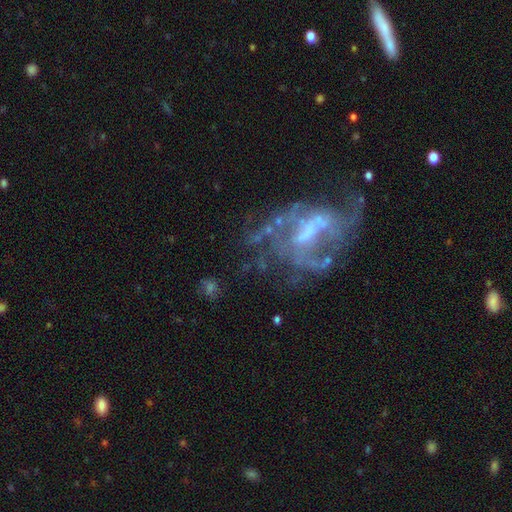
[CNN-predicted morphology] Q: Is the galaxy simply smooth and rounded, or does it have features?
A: featured or disk — 77%.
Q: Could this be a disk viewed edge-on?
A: no — 96%.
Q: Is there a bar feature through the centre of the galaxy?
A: weak — 44%.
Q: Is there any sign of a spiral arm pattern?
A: yes — 68%.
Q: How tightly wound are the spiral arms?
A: medium — 43%.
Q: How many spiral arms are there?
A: can't tell — 44%.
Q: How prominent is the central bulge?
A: small — 35%.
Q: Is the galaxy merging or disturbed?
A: none — 46%.